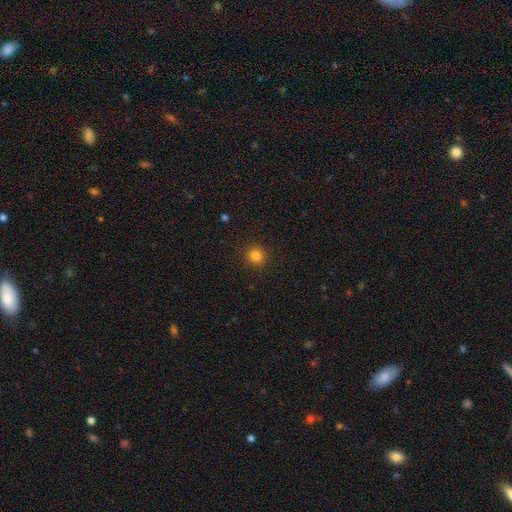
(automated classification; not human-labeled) smooth_or_featured: smooth (p=0.82) [alt: star or artifact p=0.13]
how_rounded: round (p=0.94) [alt: in between p=0.05]
merging: none (p=0.92) [alt: minor disturbance p=0.05]